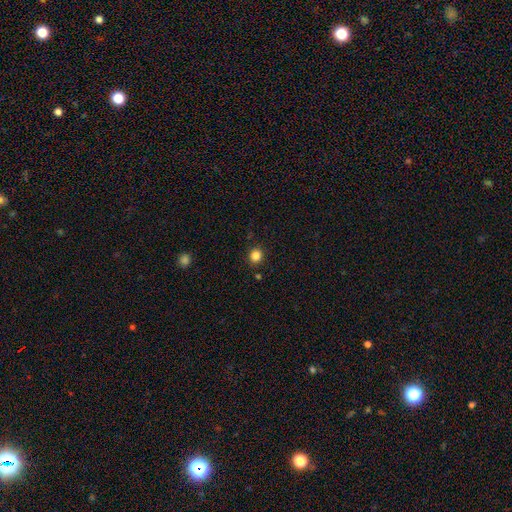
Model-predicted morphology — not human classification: A smooth galaxy with no disk features (84%) that is round (86%).

Vote fractions:
- Smooth or featured? smooth: 84% / star or artifact: 13% / featured or disk: 4%
- How rounded? round: 86% / in between: 13% / cigar-shaped: 1%
- Merging? none: 89% / minor disturbance: 7% / major disturbance: 2% / merger: 2%